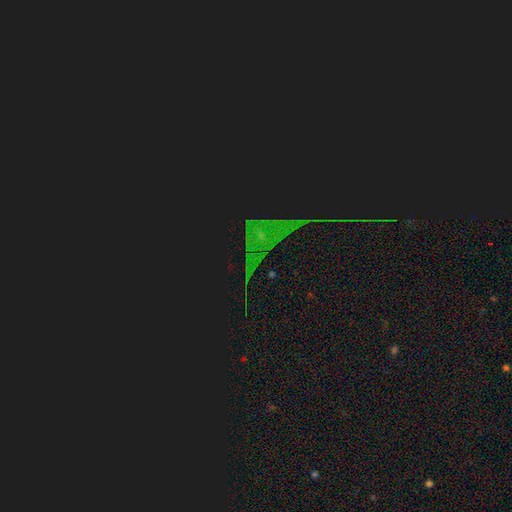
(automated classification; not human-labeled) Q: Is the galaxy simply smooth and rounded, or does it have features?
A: star or artifact — 78%.